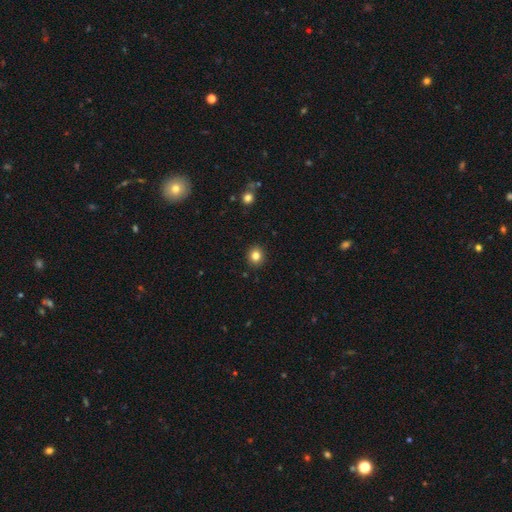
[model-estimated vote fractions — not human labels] Overall: smooth (83%). How rounded: round (84%). Merging: none (92%).